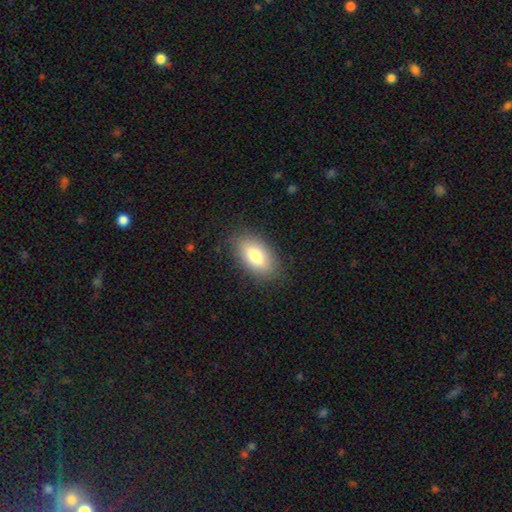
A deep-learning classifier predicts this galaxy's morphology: This appears to be a smooth galaxy with no disk features (77%) that is in between round and cigar-shaped (90%). Merging: none (84%).